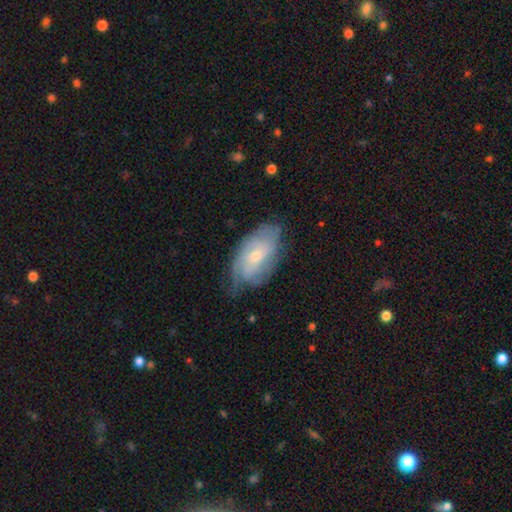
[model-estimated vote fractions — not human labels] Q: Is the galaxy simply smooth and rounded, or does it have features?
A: featured or disk — 65%.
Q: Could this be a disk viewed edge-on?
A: no — 93%.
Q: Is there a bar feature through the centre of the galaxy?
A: no — 70%.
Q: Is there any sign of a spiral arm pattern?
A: yes — 84%.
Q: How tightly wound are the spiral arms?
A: tight — 55%.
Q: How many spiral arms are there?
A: can't tell — 55%.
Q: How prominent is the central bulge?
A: small — 62%.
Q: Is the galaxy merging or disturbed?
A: none — 61%.